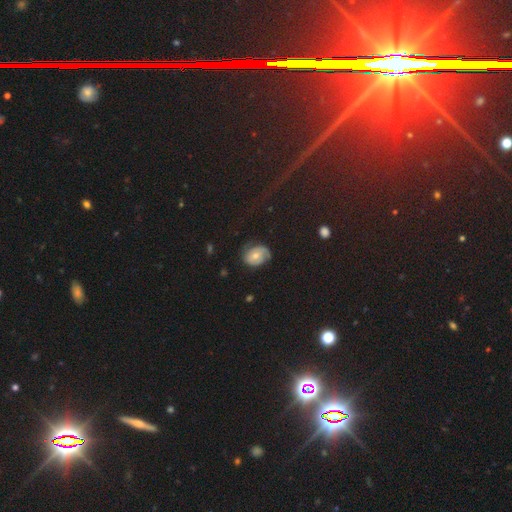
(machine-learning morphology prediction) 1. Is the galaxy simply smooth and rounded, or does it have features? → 57% featured or disk, 32% smooth, 11% star or artifact.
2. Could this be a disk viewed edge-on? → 96% no, 4% yes.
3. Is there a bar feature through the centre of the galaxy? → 74% no, 21% weak, 5% strong.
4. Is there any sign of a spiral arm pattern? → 81% yes, 19% no.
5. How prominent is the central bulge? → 57% moderate, 38% small, 2% large, 1% none, 1% dominant.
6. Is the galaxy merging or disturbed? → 58% none, 27% minor disturbance, 13% major disturbance, 2% merger.